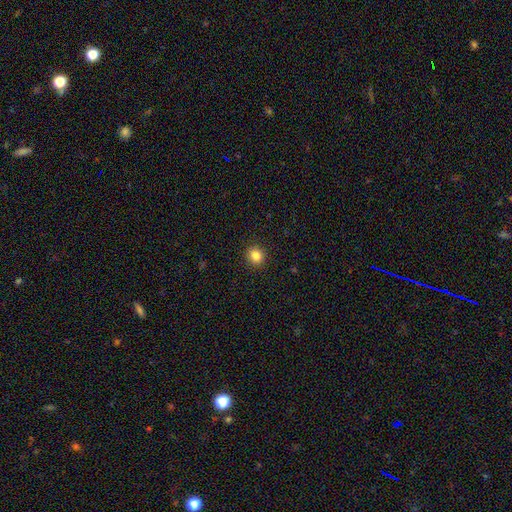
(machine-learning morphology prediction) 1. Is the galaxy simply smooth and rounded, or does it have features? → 84% smooth, 11% star or artifact, 5% featured or disk.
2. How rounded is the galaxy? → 82% round, 17% in between, 1% cigar-shaped.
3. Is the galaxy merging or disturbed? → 92% none, 6% minor disturbance, 2% major disturbance, 1% merger.